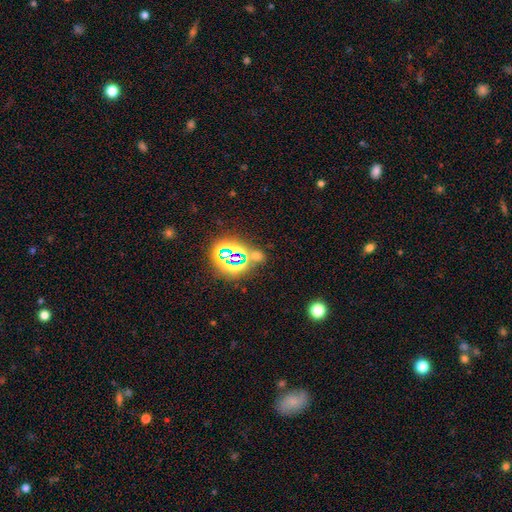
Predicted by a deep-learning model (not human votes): star or artifact 59%, smooth 33%, featured or disk 8%.